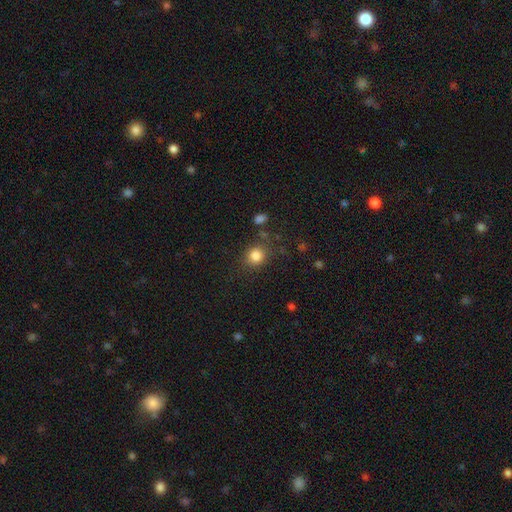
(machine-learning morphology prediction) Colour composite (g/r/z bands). It shows a smooth galaxy with no disk features (83%) that is round (76%). Merging: none (79%).